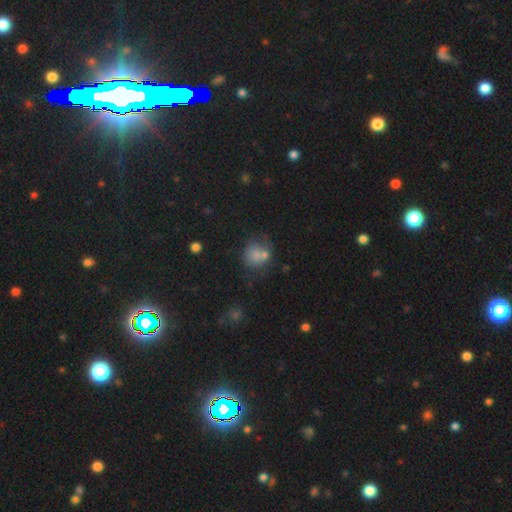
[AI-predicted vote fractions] This is likely a smooth galaxy (67%). How rounded: likely round (73%). Merging: possibly none (47%).